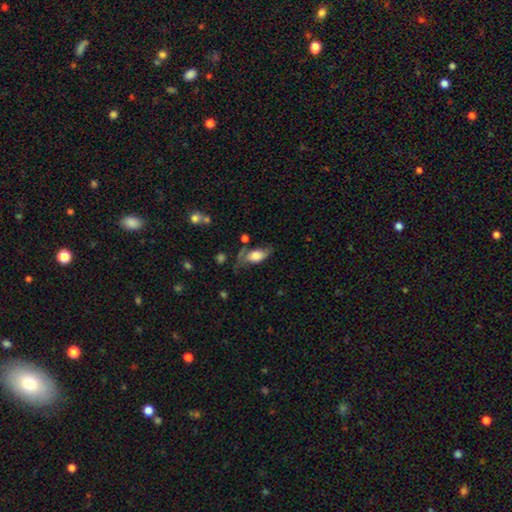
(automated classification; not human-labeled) This is likely a smooth galaxy (62%). How rounded: clearly in between (87%). Merging: marginally none (43%).